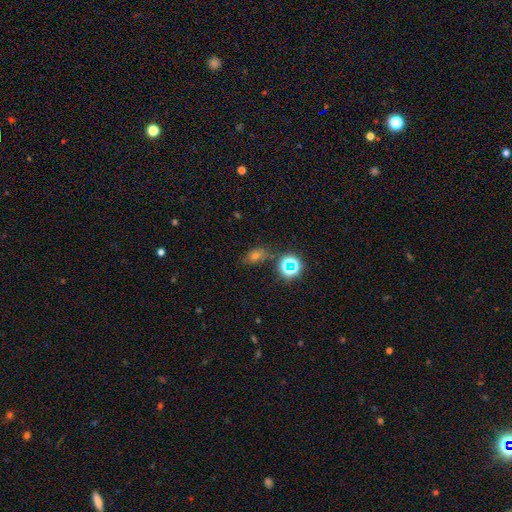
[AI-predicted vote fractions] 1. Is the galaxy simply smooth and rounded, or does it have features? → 46% smooth, 40% star or artifact, 14% featured or disk.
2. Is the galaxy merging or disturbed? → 77% none, 13% minor disturbance, 5% merger, 5% major disturbance.